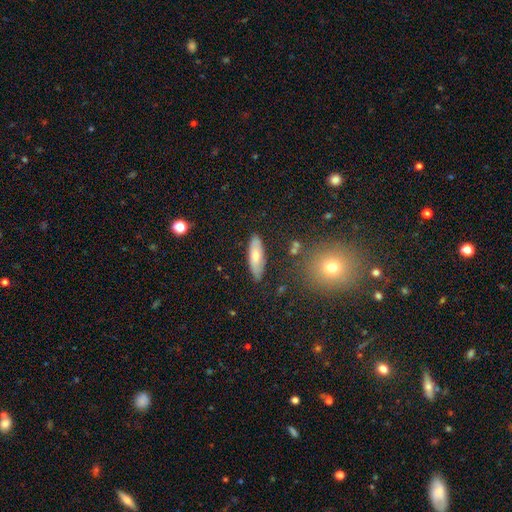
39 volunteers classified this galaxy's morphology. This is likely a smooth galaxy (62%). How rounded: possibly in between (50%). Merging: clearly none (84%).